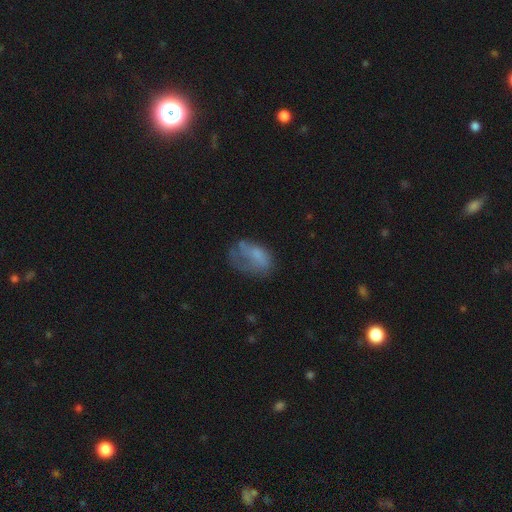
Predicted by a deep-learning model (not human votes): This is possibly a smooth galaxy (56%). How rounded: clearly in between (85%). Merging: marginally major disturbance (38%).